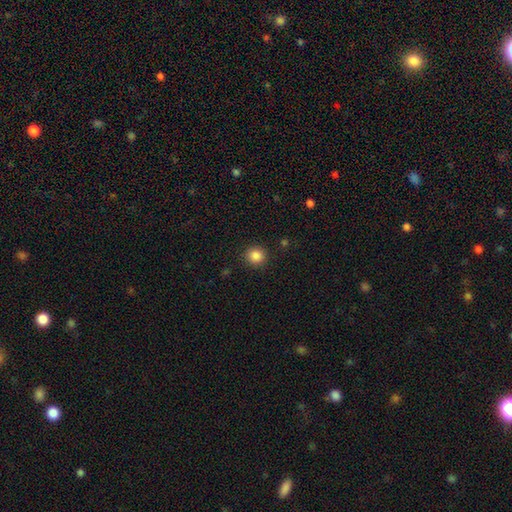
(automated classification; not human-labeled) Overall: smooth (86%). How rounded: round (91%). Merging: none (91%).